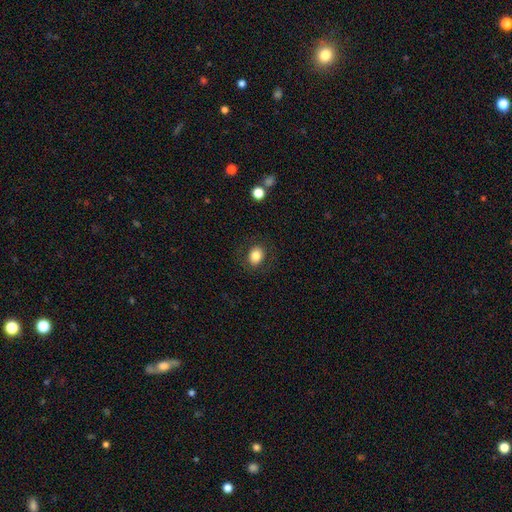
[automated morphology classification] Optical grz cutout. It shows a smooth galaxy with no disk features (82%) that is round (52%). Merging: none (86%).